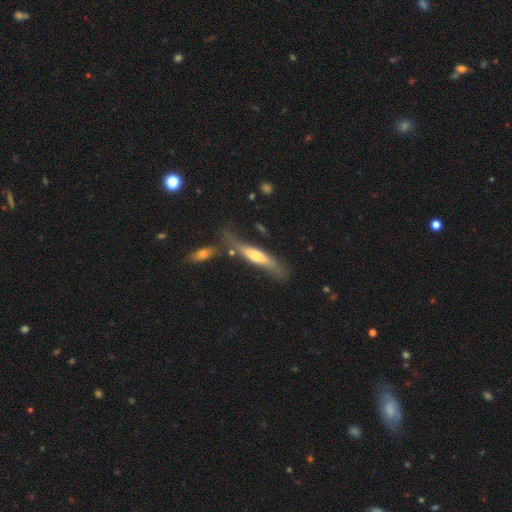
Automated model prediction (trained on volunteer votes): Smooth or featured? smooth (49%)
Merging? none (54%)